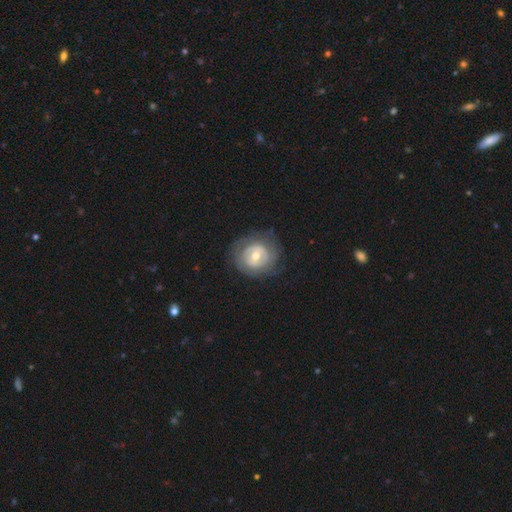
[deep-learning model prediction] This is likely a featured or disk galaxy (69%). It is clearly not viewed edge-on (97%). Bar: marginally no (43%). Spiral arm pattern: possibly yes (54%). Central bulge: likely moderate (67%). Merging: likely none (74%).